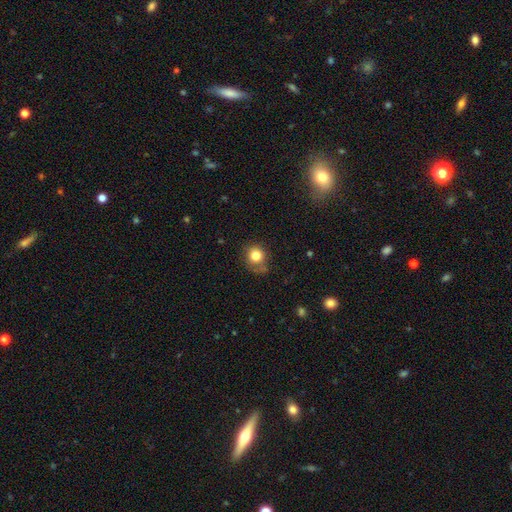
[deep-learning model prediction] Smooth or featured? Predicted: smooth (p=0.80). How rounded? Predicted: round (p=0.79). Merging? Predicted: none (p=0.57).